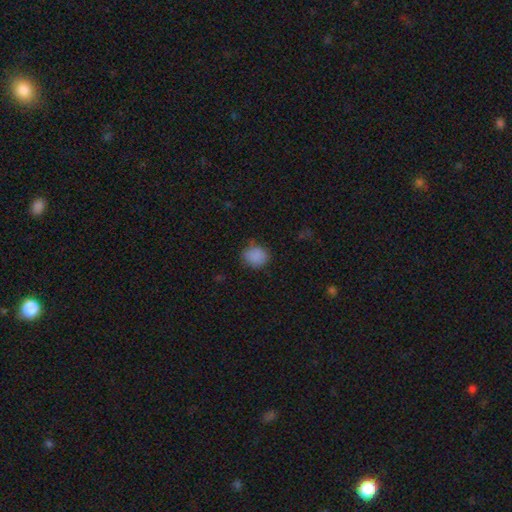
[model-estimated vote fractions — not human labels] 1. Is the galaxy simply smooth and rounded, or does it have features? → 86% smooth, 9% star or artifact, 4% featured or disk.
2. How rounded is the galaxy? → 76% round, 23% in between, 1% cigar-shaped.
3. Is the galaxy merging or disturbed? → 75% none, 19% minor disturbance, 4% major disturbance, 2% merger.